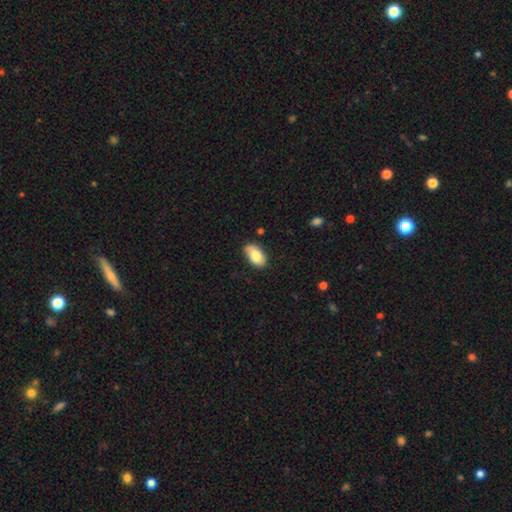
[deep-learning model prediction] smooth 78%, featured or disk 15%, star or artifact 7%. Down the decision tree: how rounded — in between (94%); merging — none (70%).